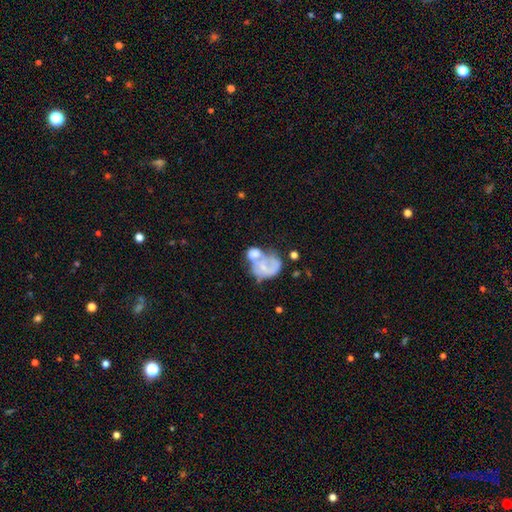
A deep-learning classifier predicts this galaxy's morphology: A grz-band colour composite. It shows a smooth galaxy with no disk features (47%). Merging: merger (54%).